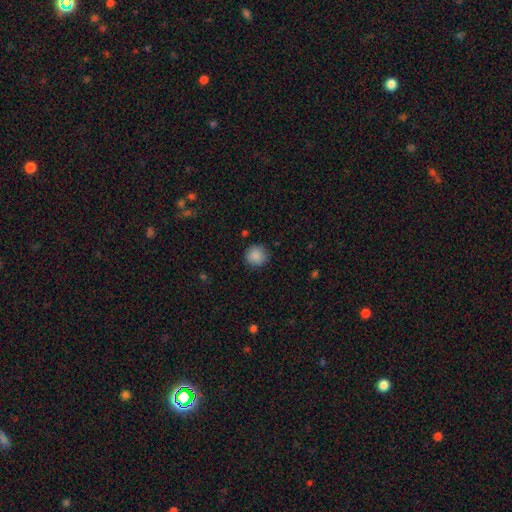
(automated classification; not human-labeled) smooth_or_featured: smooth (p=0.88) [alt: star or artifact p=0.09]
how_rounded: round (p=0.93) [alt: in between p=0.06]
merging: none (p=0.88) [alt: minor disturbance p=0.08]